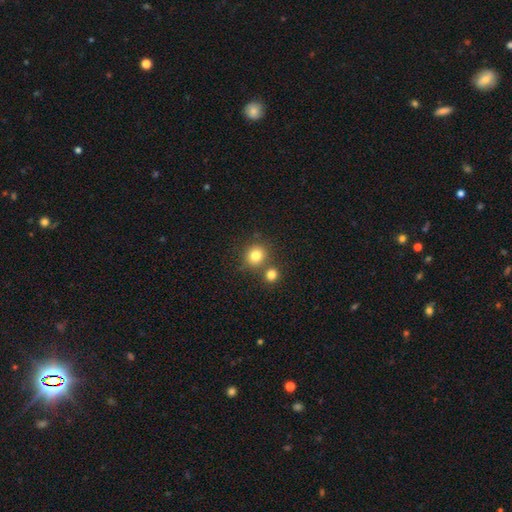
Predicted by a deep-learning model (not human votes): The model was most divided on "merging": none: 67%, merger: 22%, minor disturbance: 8%, major disturbance: 3%. More confident: how rounded — round (86%); smooth or featured — smooth (80%).